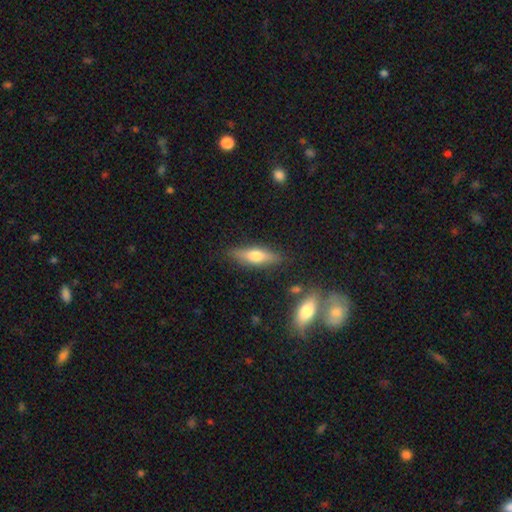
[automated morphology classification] A smooth galaxy with no disk features (54%) that is cigar-shaped (59%).

Vote fractions:
- Smooth or featured? smooth: 54% / featured or disk: 40% / star or artifact: 7%
- How rounded? cigar-shaped: 59% / in between: 38% / round: 3%
- Merging? none: 84% / minor disturbance: 11% / major disturbance: 3% / merger: 2%